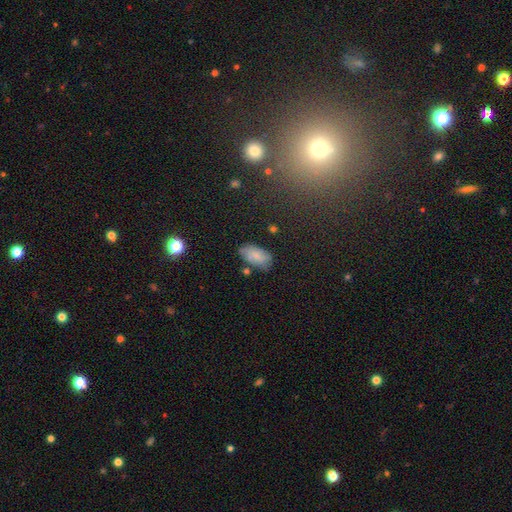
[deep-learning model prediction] Smooth or featured?
  - smooth: 72% *
  - featured or disk: 19%
  - star or artifact: 9%
How rounded?
  - in between: 93% *
  - round: 4%
  - cigar-shaped: 3%
Merging?
  - none: 66% *
  - minor disturbance: 22%
  - merger: 6%
  - major disturbance: 6%